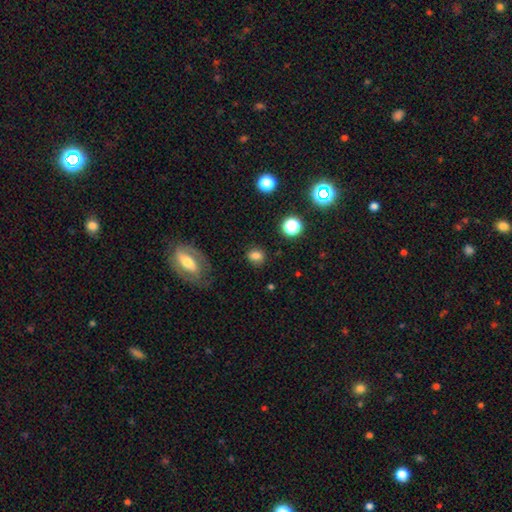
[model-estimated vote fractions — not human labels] This is likely a smooth galaxy (78%). How rounded: possibly round (58%). Merging: clearly none (84%).